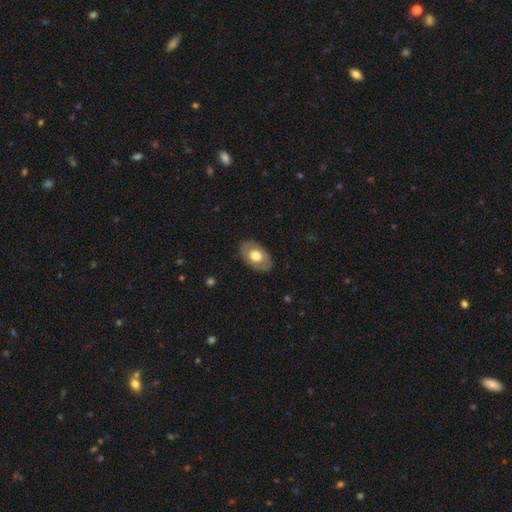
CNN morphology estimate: Smooth or featured? smooth (63%)
How rounded? in between (90%)
Merging? none (85%)